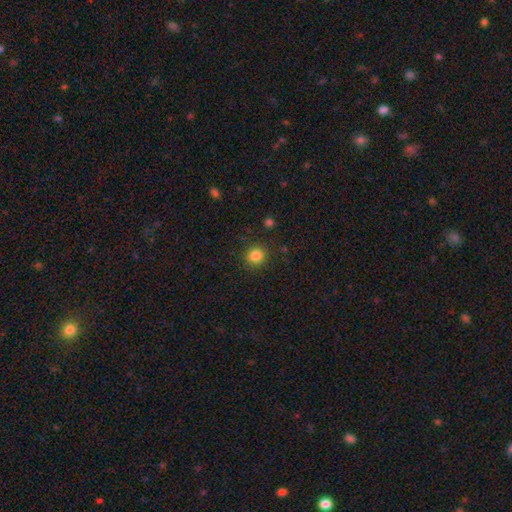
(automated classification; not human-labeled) A smooth galaxy with no disk features (84%) that is round (88%).

Vote fractions:
- Smooth or featured? smooth: 84% / star or artifact: 11% / featured or disk: 4%
- How rounded? round: 88% / in between: 11% / cigar-shaped: 1%
- Merging? none: 89% / minor disturbance: 7% / major disturbance: 3% / merger: 1%